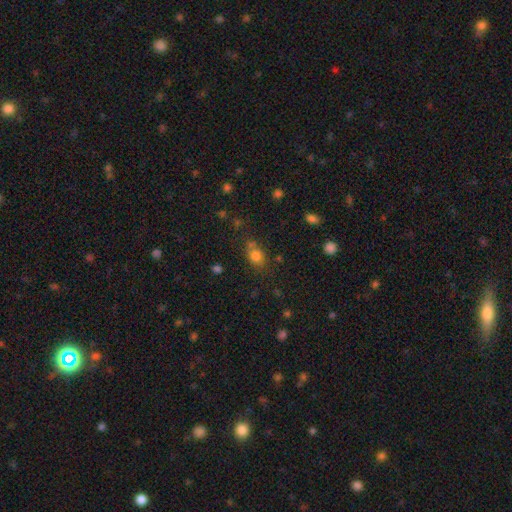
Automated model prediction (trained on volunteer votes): Smooth or featured: smooth — 77% (star or artifact — 14%)
How rounded: in between — 52% (round — 46%)
Merging: none — 60% (minor disturbance — 17%)